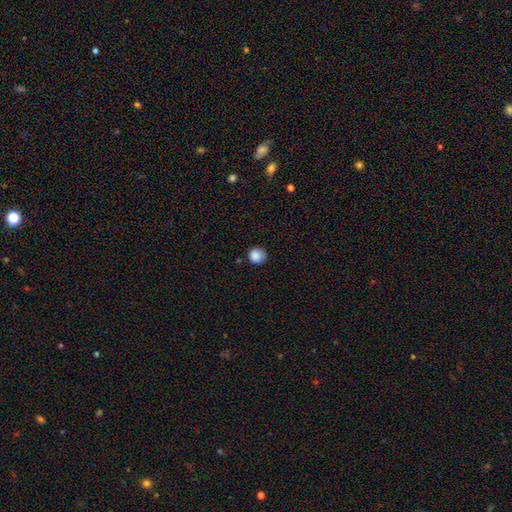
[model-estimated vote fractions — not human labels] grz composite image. It shows a smooth galaxy with no disk features (87%) that is round (91%). Merging: none (78%).